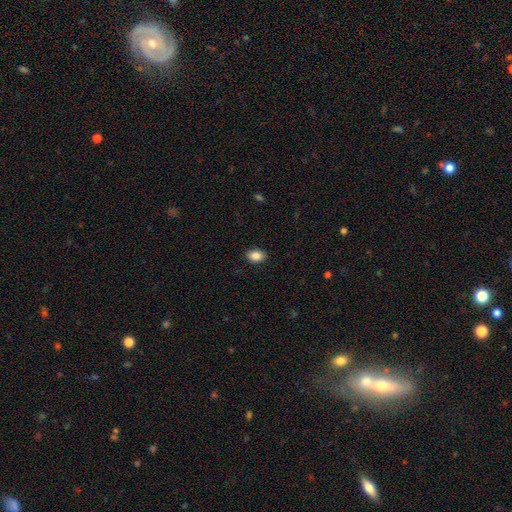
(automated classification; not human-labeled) This appears to be a smooth galaxy with no disk features (87%) that is in between round and cigar-shaped (81%). Merging: none (89%).